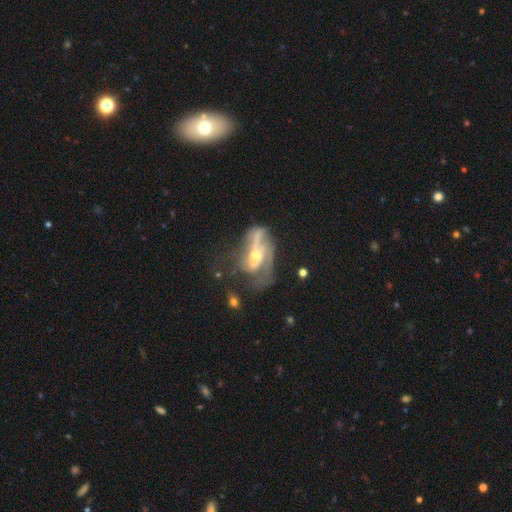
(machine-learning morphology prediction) smooth-or-featured: featured or disk: 73% | smooth: 19% | star or artifact: 8%
  disk-edge-on: no: 92% | yes: 8%
    bar: no: 54% | weak: 31% | strong: 15%
    has-spiral-arms: yes: 65% | no: 35%
    bulge-size: moderate: 63% | small: 27% | large: 6% | none: 3% | dominant: 1%
  merging: major disturbance: 43% | none: 26% | minor disturbance: 19% | merger: 12%